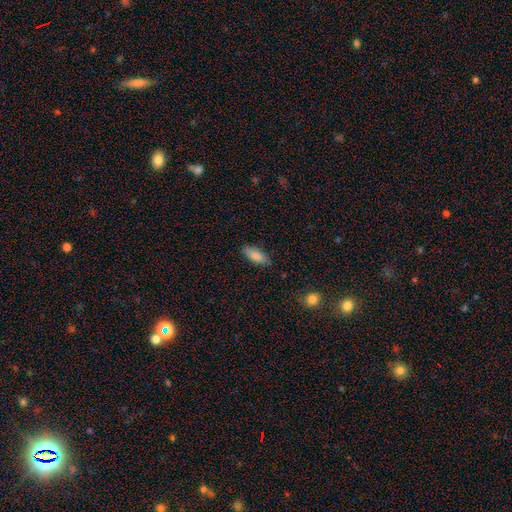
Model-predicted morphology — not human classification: Smooth or featured? Predicted: smooth (p=0.86). How rounded? Predicted: in between (p=0.79). Merging? Predicted: none (p=0.82).